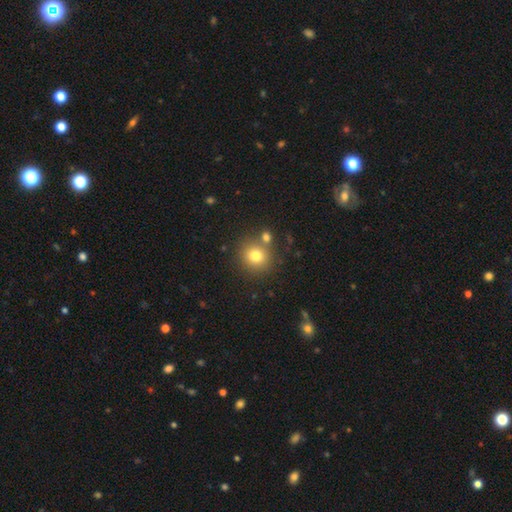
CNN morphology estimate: A smooth galaxy with no disk features (77%) that is round (88%). Merging: none (74%).